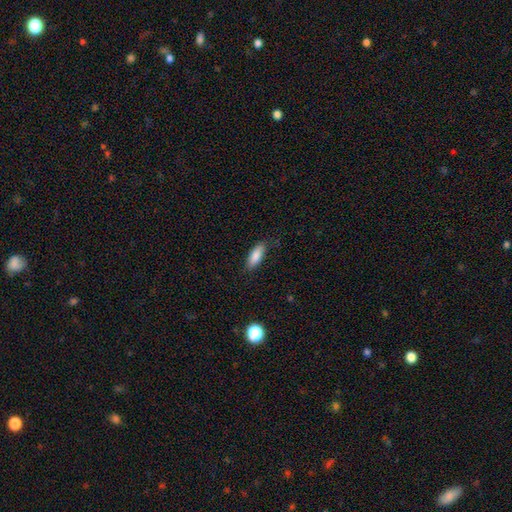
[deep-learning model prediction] Smooth or featured?
  - smooth: 85% *
  - featured or disk: 8%
  - star or artifact: 7%
How rounded?
  - in between: 70% *
  - cigar-shaped: 28%
  - round: 2%
Merging?
  - none: 80% *
  - minor disturbance: 15%
  - major disturbance: 3%
  - merger: 1%